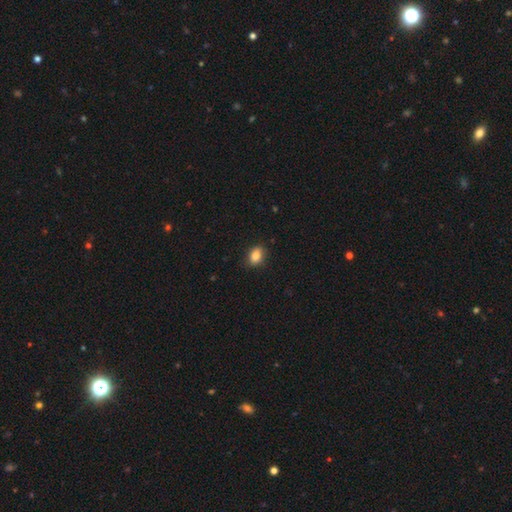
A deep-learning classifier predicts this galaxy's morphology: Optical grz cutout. It shows a smooth galaxy with no disk features (84%) that is in between round and cigar-shaped (76%). Merging: none (85%).